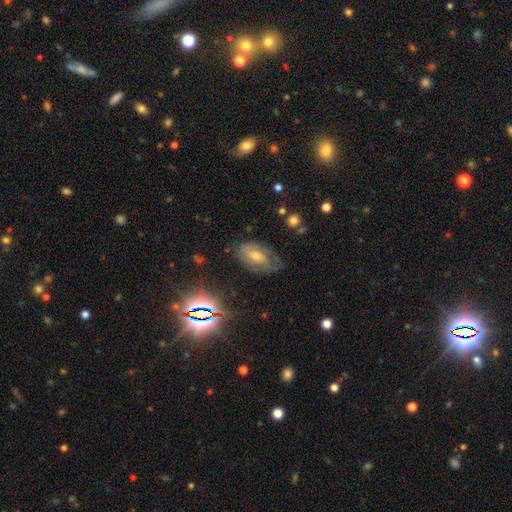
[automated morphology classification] featured or disk 47%, star or artifact 28%, smooth 25%. Down the decision tree: merging — none (67%).